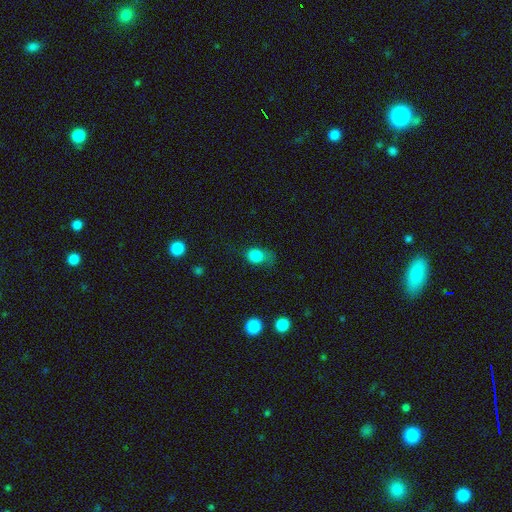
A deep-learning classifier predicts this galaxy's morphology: Q: Smooth or featured?
A: smooth (83%); runner-up: star or artifact (10%)
Q: How rounded?
A: round (53%); runner-up: in between (45%)
Q: Merging?
A: none (44%); runner-up: minor disturbance (32%)